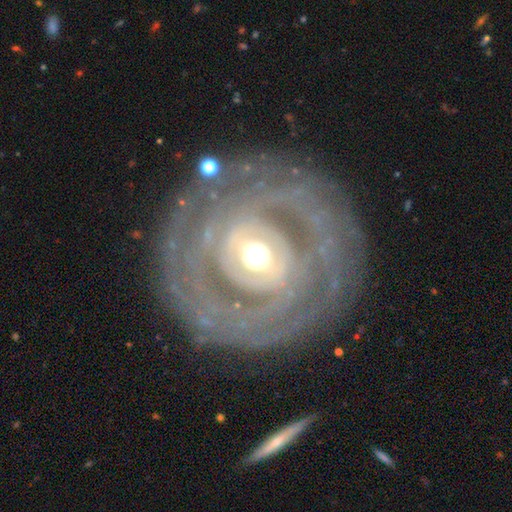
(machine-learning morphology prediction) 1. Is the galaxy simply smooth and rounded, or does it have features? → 87% featured or disk, 8% smooth, 5% star or artifact.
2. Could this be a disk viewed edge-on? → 96% no, 4% yes.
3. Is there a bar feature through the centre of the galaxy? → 54% no, 26% weak, 20% strong.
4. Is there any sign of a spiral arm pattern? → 85% yes, 15% no.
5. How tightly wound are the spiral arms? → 71% tight, 20% medium, 9% loose.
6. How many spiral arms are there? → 32% can't tell, 24% 2, 13% 3, 12% more than 4, 11% 4, 10% 1.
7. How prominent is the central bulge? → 60% moderate, 24% large, 11% small, 3% dominant, 1% none.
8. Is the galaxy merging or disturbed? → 75% none, 13% minor disturbance, 10% major disturbance, 2% merger.